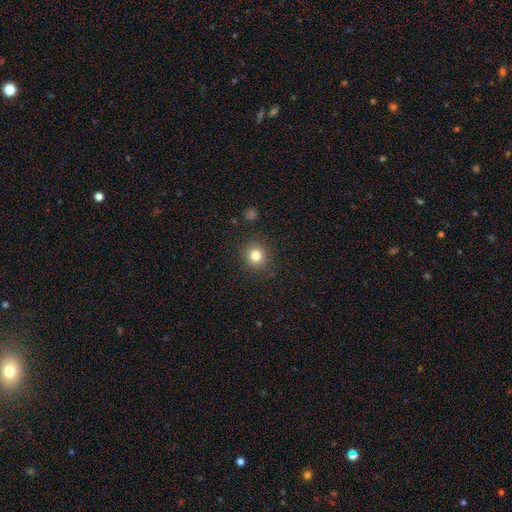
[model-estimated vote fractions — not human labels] smooth_or_featured: smooth (p=0.80) [alt: star or artifact p=0.12]
how_rounded: round (p=0.91) [alt: in between p=0.09]
merging: none (p=0.89) [alt: minor disturbance p=0.07]